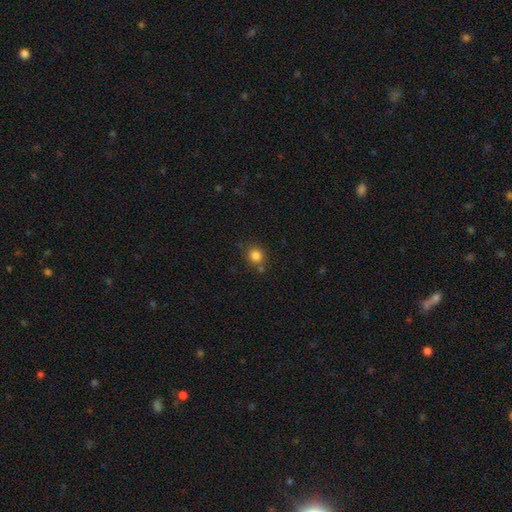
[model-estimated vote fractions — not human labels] This is clearly a smooth galaxy (83%). How rounded: clearly round (84%). Merging: likely none (75%).